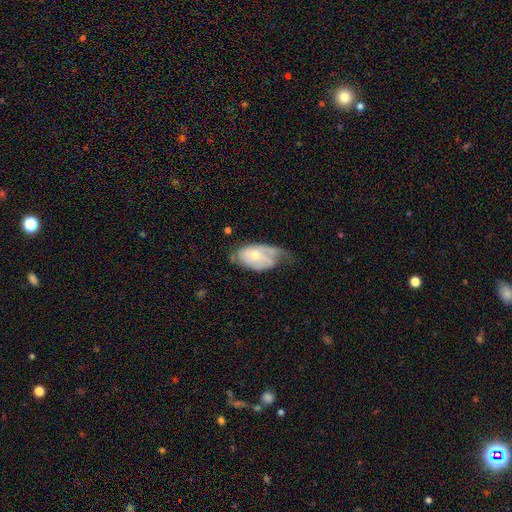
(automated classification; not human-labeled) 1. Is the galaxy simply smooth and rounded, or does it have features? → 62% featured or disk, 32% smooth, 6% star or artifact.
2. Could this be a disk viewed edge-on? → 94% no, 6% yes.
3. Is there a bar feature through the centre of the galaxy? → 76% no, 21% weak, 4% strong.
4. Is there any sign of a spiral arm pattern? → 77% yes, 23% no.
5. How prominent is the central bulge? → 55% moderate, 39% small, 3% large, 2% none, 1% dominant.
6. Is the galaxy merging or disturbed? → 36% minor disturbance, 34% none, 27% major disturbance, 3% merger.